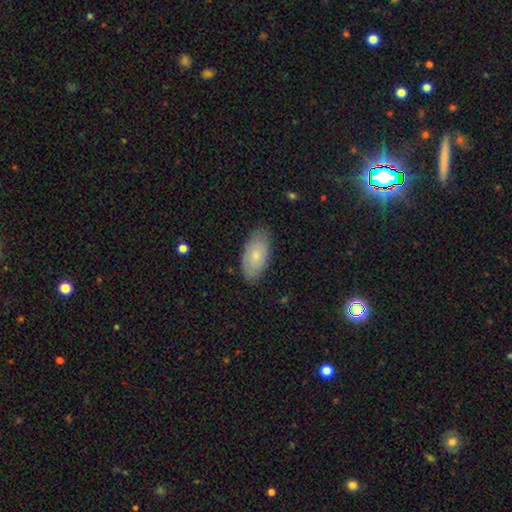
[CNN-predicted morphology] This is likely a smooth galaxy (74%). How rounded: clearly in between (93%). Merging: clearly none (82%).